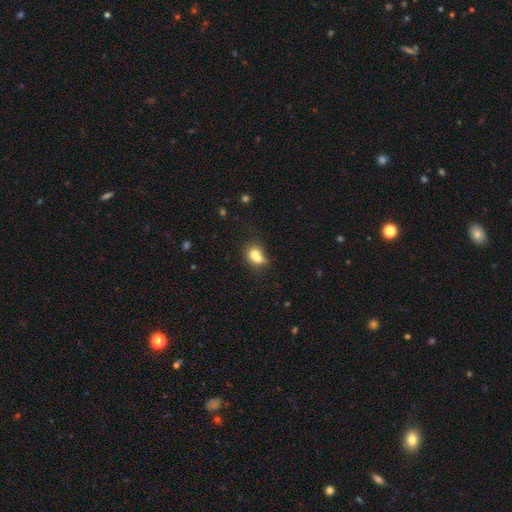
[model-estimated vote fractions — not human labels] smooth_or_featured: smooth (p=0.72) [alt: featured or disk p=0.18]
how_rounded: in between (p=0.51) [alt: round p=0.47]
merging: merger (p=0.54) [alt: none p=0.27]